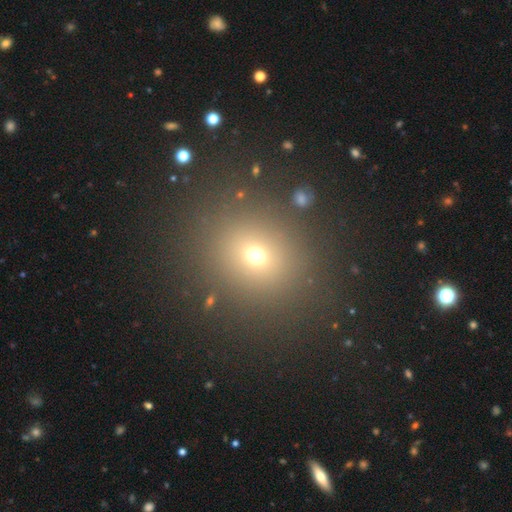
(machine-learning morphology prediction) This is likely a smooth galaxy (66%). How rounded: likely round (78%). Merging: clearly none (86%).